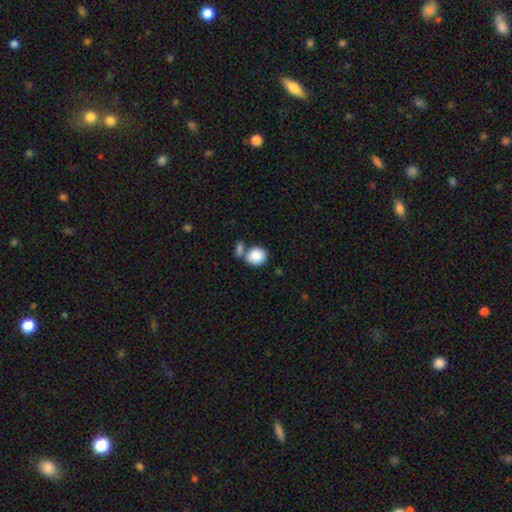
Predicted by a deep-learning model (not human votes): Smooth or featured? smooth (87%)
How rounded? round (60%)
Merging? none (48%)